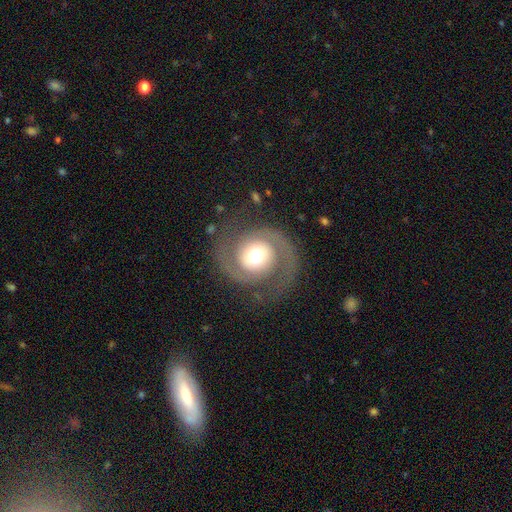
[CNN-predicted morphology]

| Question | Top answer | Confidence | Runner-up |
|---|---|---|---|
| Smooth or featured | featured or disk | 87% | smooth (8%) |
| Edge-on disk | no | 98% | yes (2%) |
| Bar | no | 70% | weak (23%) |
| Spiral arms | yes | 96% | no (4%) |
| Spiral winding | medium | 51% | tight (35%) |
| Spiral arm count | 2 | 94% | can't tell (2%) |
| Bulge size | moderate | 57% | large (31%) |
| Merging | none | 80% | minor disturbance (11%) |